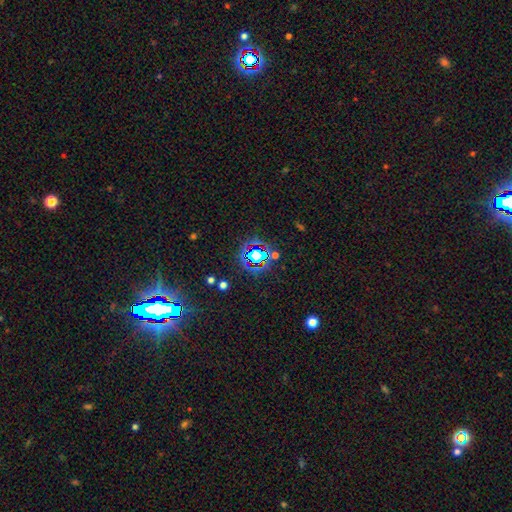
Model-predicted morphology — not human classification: Smooth or featured? star or artifact (68%)